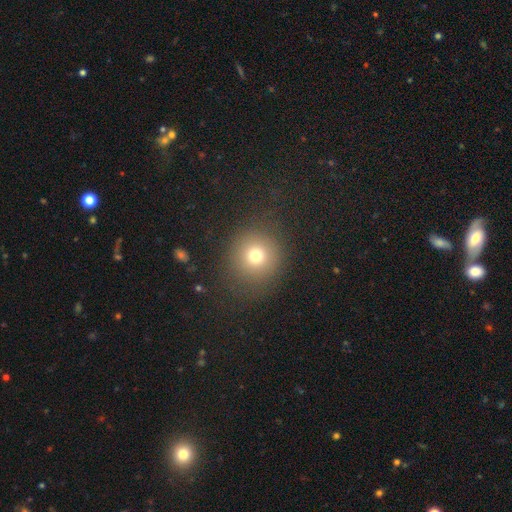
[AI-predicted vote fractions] This appears to be a smooth galaxy with no disk features (73%) that is round (91%). Merging: none (84%).